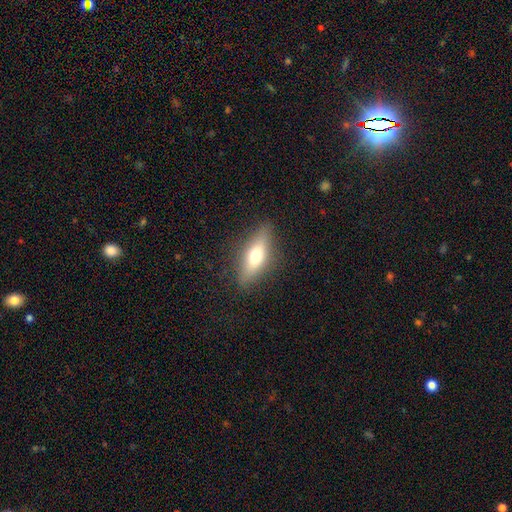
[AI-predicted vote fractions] Smooth or featured: smooth — 58% (featured or disk — 34%)
How rounded: in between — 58% (cigar-shaped — 38%)
Merging: none — 85% (minor disturbance — 11%)